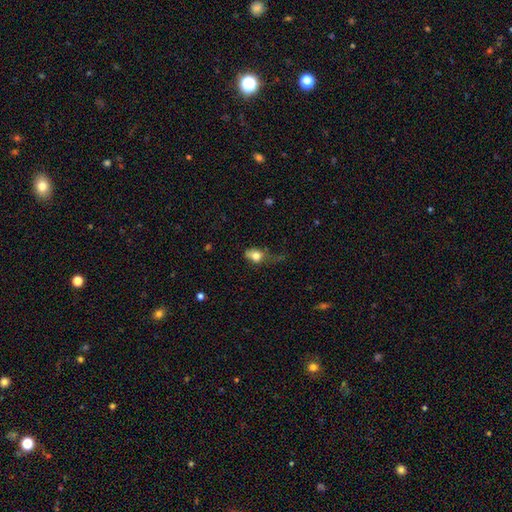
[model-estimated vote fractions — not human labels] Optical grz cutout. It shows a smooth galaxy with no disk features (78%) that is in between round and cigar-shaped (67%). Merging: major disturbance (37%).